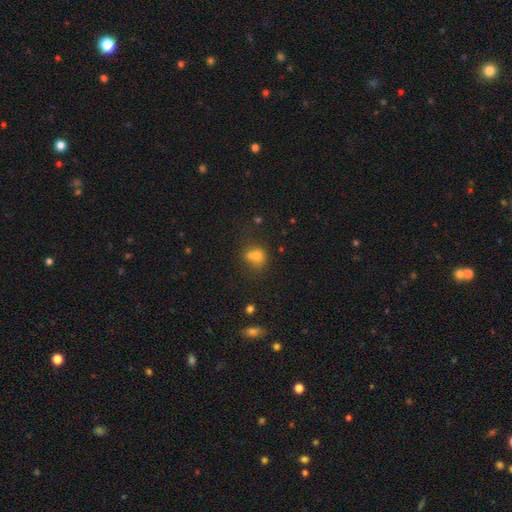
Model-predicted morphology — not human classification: smooth_or_featured: smooth (p=0.69) [alt: star or artifact p=0.15]
how_rounded: round (p=0.73) [alt: in between p=0.26]
merging: merger (p=0.46) [alt: none p=0.38]